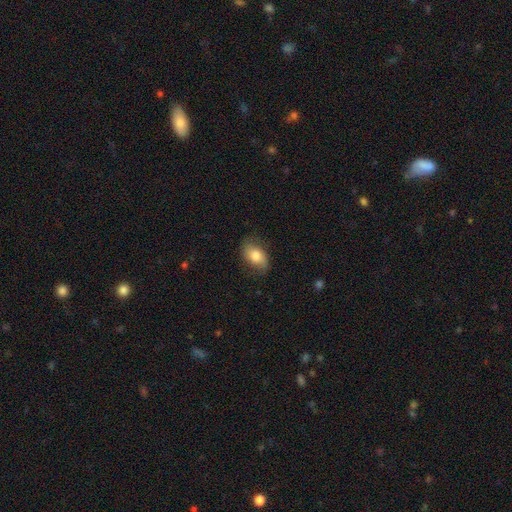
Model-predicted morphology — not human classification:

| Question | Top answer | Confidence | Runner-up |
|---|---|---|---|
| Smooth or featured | smooth | 73% | featured or disk (20%) |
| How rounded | in between | 85% | round (13%) |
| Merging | none | 72% | minor disturbance (20%) |